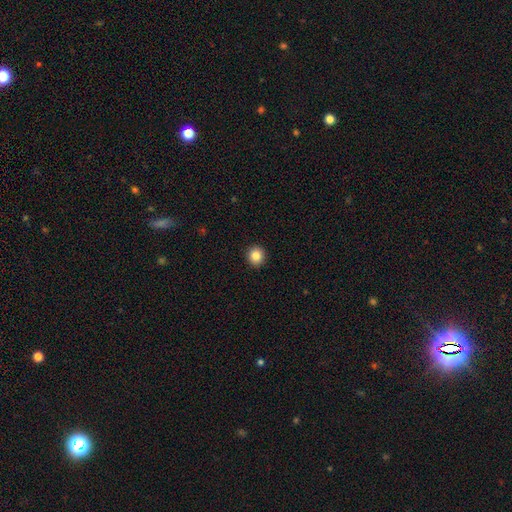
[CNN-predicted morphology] Smooth or featured? Predicted: smooth (p=0.85). How rounded? Predicted: round (p=0.91). Merging? Predicted: none (p=0.93).